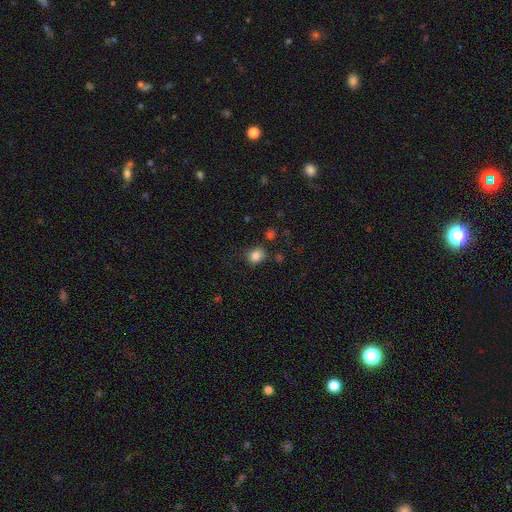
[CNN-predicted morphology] smooth-or-featured: smooth: 83% | star or artifact: 11% | featured or disk: 6%
  how-rounded: round: 64% | in between: 35% | cigar-shaped: 1%
  merging: none: 78% | minor disturbance: 14% | merger: 4% | major disturbance: 4%